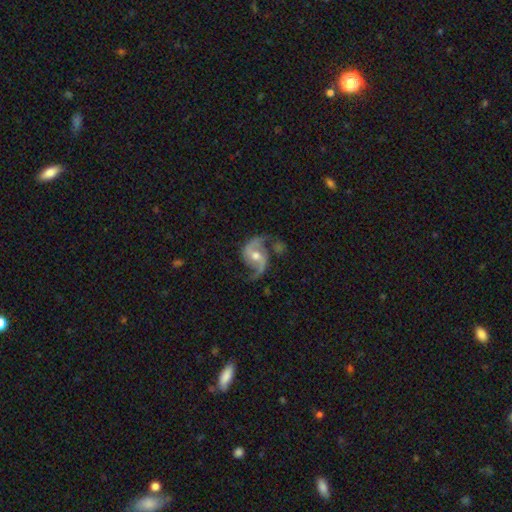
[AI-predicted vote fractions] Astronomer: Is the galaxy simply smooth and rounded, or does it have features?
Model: featured or disk — 91%.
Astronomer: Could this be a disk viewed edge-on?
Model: no — 98%.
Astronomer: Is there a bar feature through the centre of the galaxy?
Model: no — 48% (runner-up: weak, 37%).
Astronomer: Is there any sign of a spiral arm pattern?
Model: yes — 97%.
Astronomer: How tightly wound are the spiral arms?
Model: loose — 47% (runner-up: medium, 43%).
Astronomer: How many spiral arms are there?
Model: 2 — 93%.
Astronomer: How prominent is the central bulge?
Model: moderate — 72%.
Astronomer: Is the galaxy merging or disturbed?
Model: none — 69%.